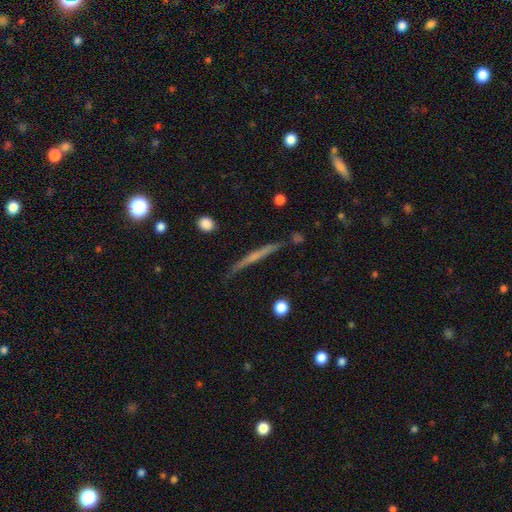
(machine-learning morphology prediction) Smooth or featured? featured or disk (53%)
Edge-on disk? yes (96%)
Edge-on bulge? none (71%)
Merging? none (82%)